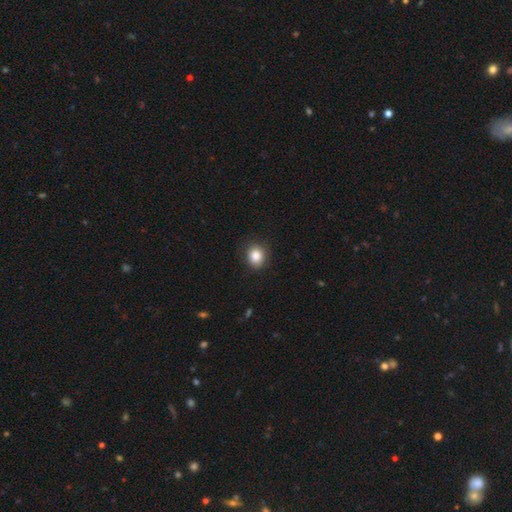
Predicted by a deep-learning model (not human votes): Smooth or featured: smooth — 86% (star or artifact — 9%)
How rounded: round — 68% (in between — 31%)
Merging: none — 86% (minor disturbance — 10%)